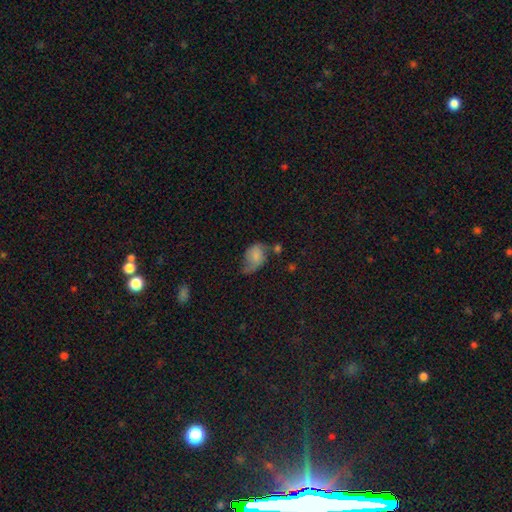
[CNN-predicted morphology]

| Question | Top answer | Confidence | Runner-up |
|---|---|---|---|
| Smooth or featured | smooth | 64% | featured or disk (26%) |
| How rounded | in between | 81% | round (17%) |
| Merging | minor disturbance | 38% | none (31%) |